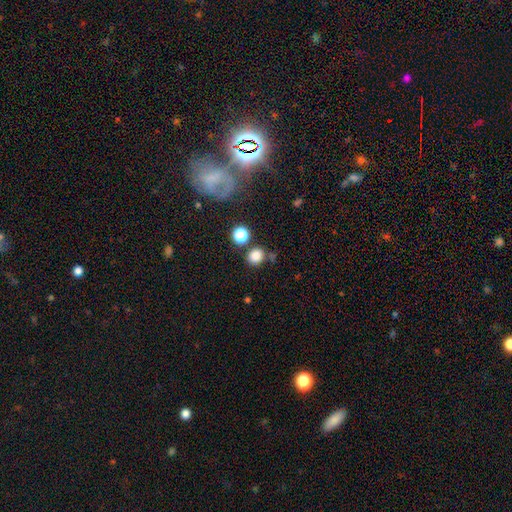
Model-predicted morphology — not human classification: Smooth or featured?
  - smooth: 82% *
  - star or artifact: 13%
  - featured or disk: 5%
How rounded?
  - round: 78% *
  - in between: 21%
  - cigar-shaped: 1%
Merging?
  - none: 73% *
  - minor disturbance: 11%
  - merger: 11%
  - major disturbance: 4%